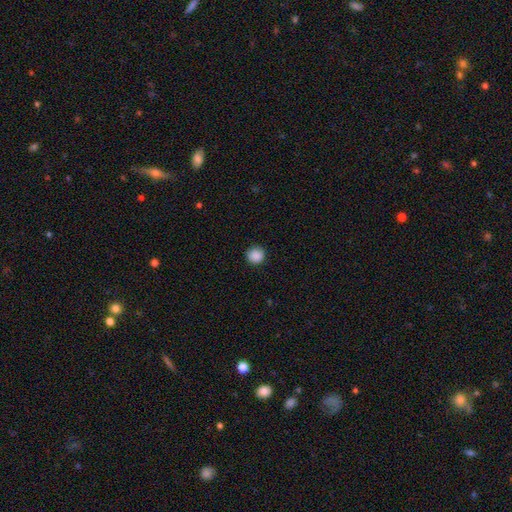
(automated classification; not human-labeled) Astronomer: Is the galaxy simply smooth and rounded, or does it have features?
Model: smooth — 88%.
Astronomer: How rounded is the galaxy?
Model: round — 94%.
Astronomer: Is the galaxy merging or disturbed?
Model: none — 91%.